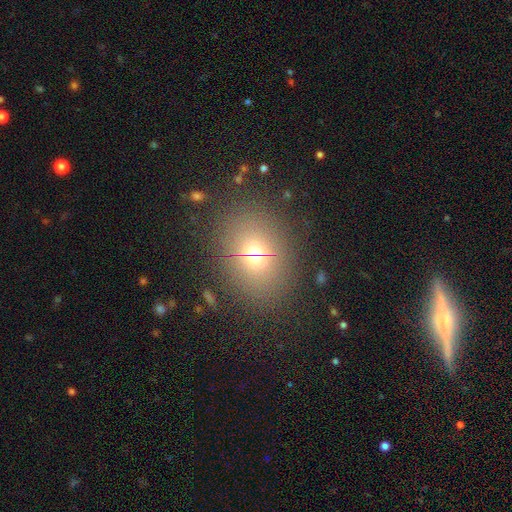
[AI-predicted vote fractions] This appears to be a smooth galaxy with no disk features (69%) that is round (52%). Merging: none (85%).